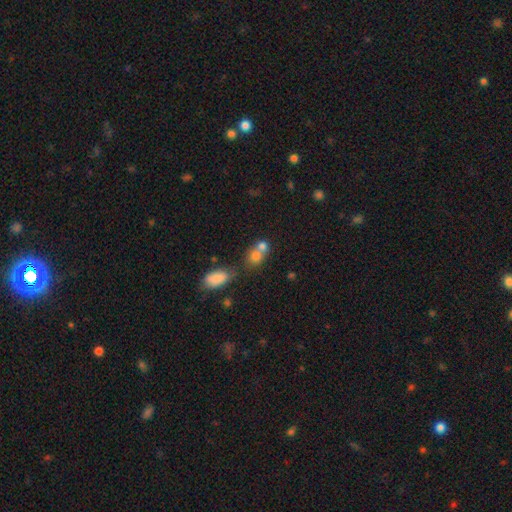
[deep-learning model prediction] Q: Smooth or featured?
A: smooth (75%); runner-up: featured or disk (14%)
Q: How rounded?
A: round (58%); runner-up: in between (41%)
Q: Merging?
A: merger (57%); runner-up: none (32%)